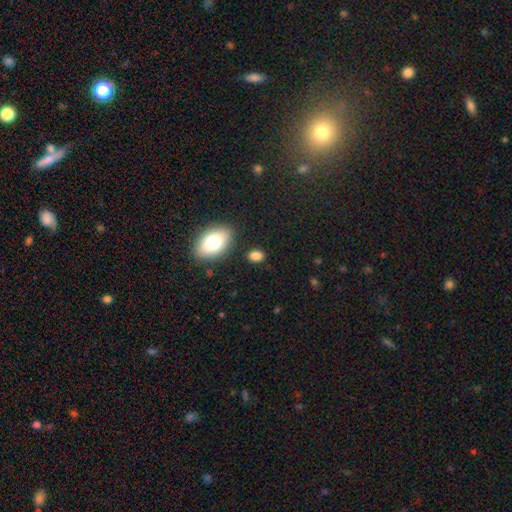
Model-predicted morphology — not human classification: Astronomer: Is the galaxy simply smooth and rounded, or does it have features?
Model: smooth — 84%.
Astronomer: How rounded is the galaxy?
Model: in between — 74%.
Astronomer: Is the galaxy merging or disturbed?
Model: none — 81%.